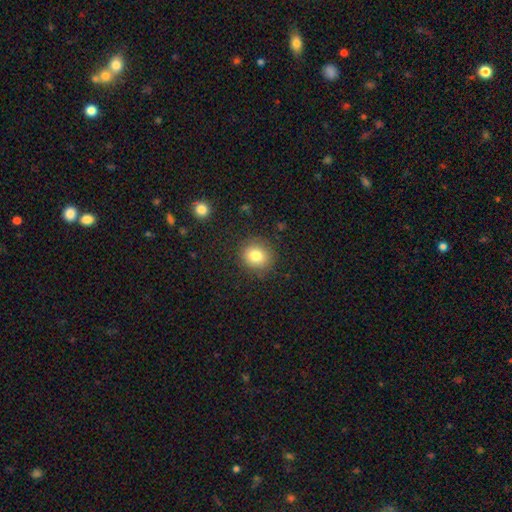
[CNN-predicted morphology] Smooth or featured: smooth — 81% (star or artifact — 11%)
How rounded: round — 84% (in between — 16%)
Merging: none — 87% (minor disturbance — 9%)